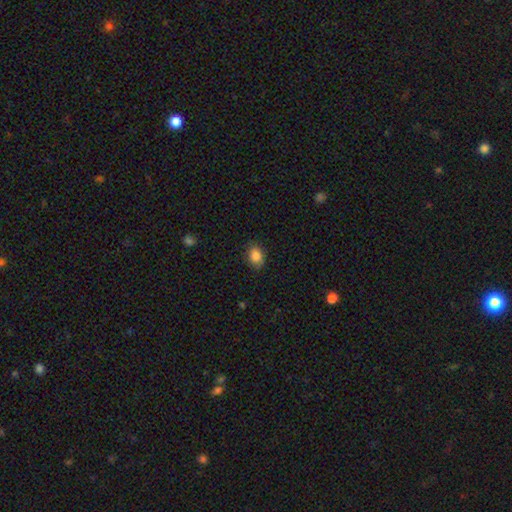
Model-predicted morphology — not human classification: Q: Smooth or featured?
A: smooth (86%); runner-up: star or artifact (8%)
Q: How rounded?
A: in between (68%); runner-up: round (31%)
Q: Merging?
A: none (81%); runner-up: minor disturbance (15%)